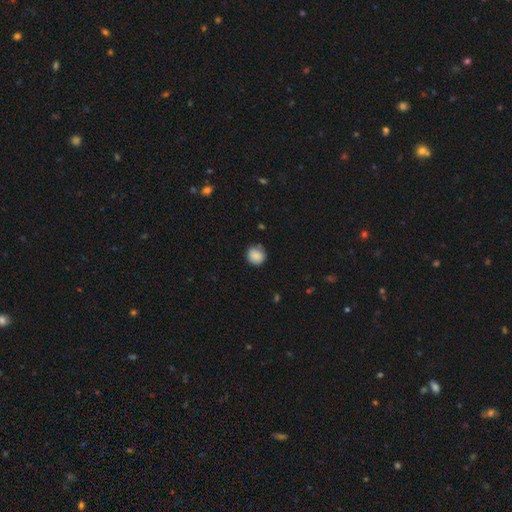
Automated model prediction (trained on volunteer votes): Smooth or featured?
  - smooth: 87% *
  - star or artifact: 9%
  - featured or disk: 4%
How rounded?
  - round: 91% *
  - in between: 8%
  - cigar-shaped: 1%
Merging?
  - none: 79% *
  - minor disturbance: 15%
  - major disturbance: 3%
  - merger: 2%